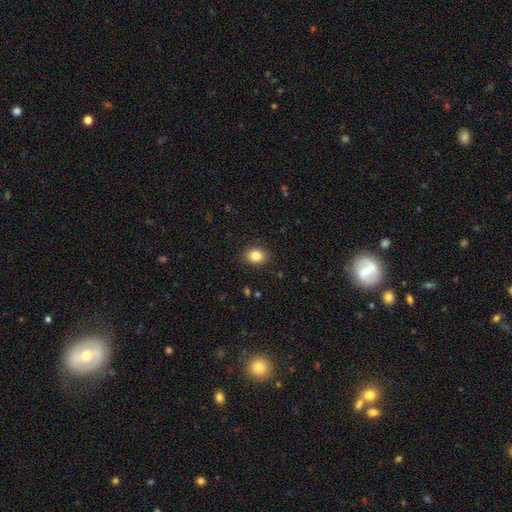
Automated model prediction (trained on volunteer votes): Morphology: type=smooth (85%); roundness=in between (60%); merging=none (88%).